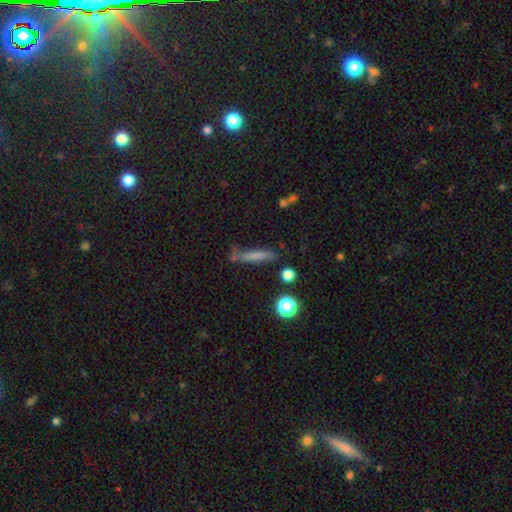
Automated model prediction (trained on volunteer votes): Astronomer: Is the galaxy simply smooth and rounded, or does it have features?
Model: smooth — 69%.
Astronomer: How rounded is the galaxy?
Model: cigar-shaped — 84%.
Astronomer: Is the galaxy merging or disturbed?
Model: none — 65%.